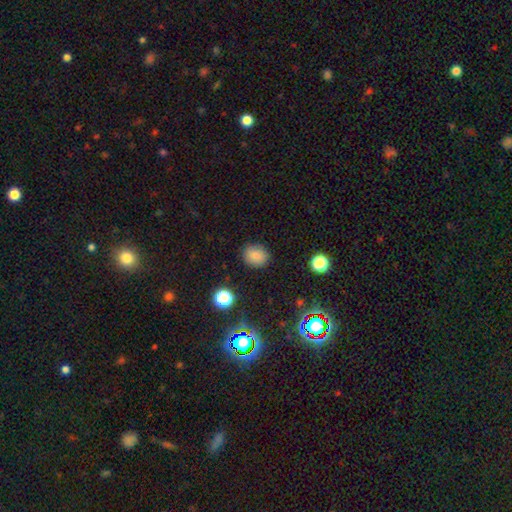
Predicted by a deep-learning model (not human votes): This is clearly a smooth galaxy (84%). How rounded: likely round (63%). Merging: clearly none (87%).